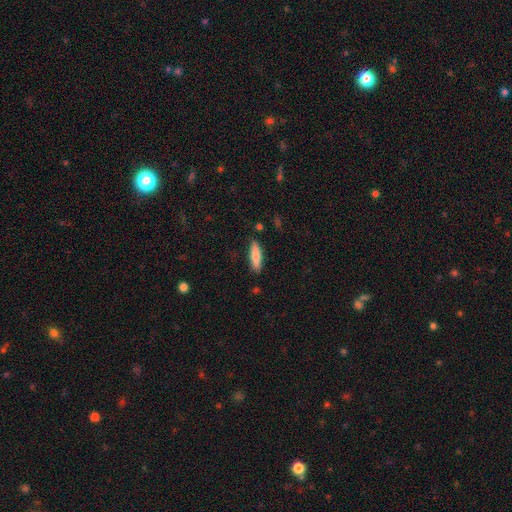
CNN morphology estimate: smooth-or-featured: smooth: 77% | featured or disk: 17% | star or artifact: 6%
  how-rounded: cigar-shaped: 67% | in between: 32% | round: 2%
  merging: none: 86% | minor disturbance: 10% | major disturbance: 2% | merger: 2%